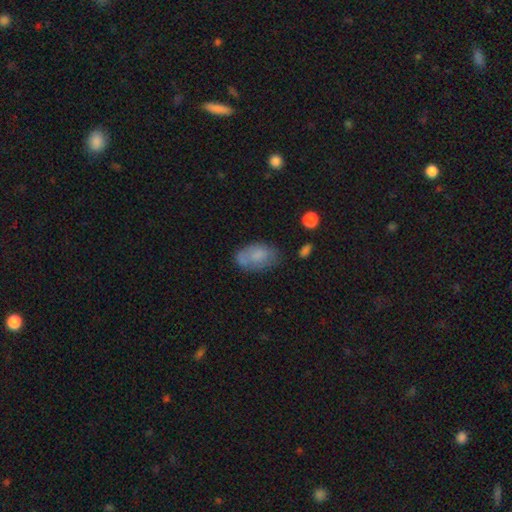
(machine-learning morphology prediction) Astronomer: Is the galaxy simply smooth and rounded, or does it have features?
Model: smooth — 71%.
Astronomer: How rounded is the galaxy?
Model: in between — 90%.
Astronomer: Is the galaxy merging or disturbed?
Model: none — 56%.